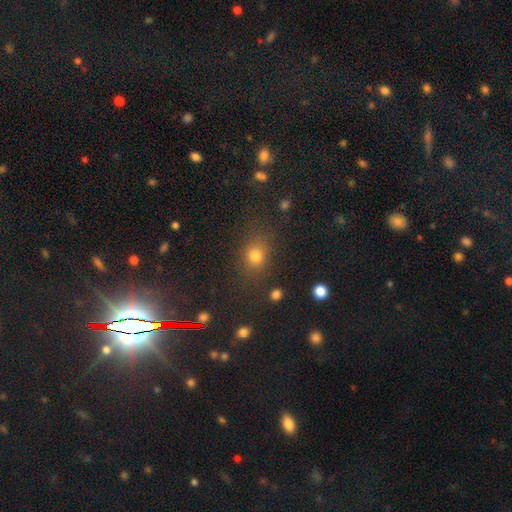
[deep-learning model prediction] Smooth or featured? Predicted: smooth (p=0.72). How rounded? Predicted: round (p=0.62). Merging? Predicted: none (p=0.80).